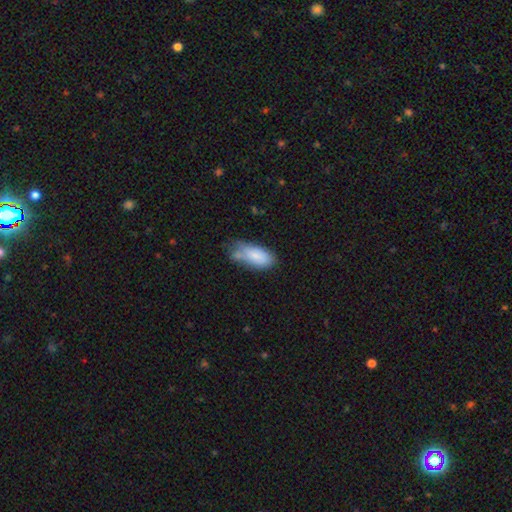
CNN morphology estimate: Smooth or featured: smooth — 79% (featured or disk — 15%)
How rounded: in between — 88% (cigar-shaped — 9%)
Merging: none — 40% (minor disturbance — 32%)